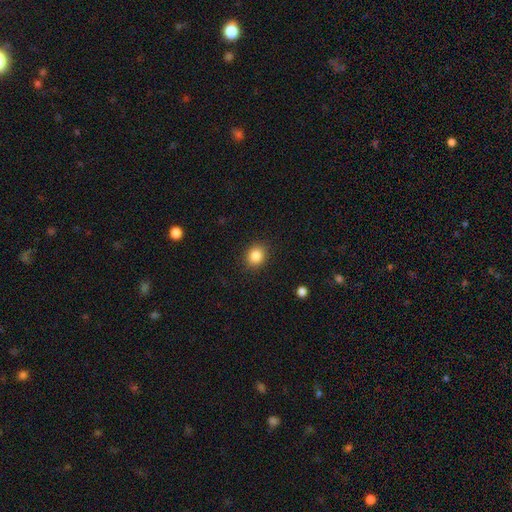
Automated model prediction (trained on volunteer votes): The model was most divided on "how rounded": round: 69%, in between: 30%, cigar-shaped: 1%. More confident: merging — none (89%); smooth or featured — smooth (85%).